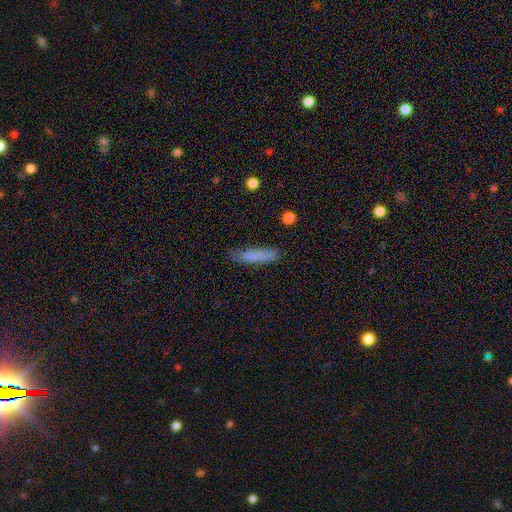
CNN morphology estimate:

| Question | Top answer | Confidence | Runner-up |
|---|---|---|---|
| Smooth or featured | smooth | 81% | featured or disk (12%) |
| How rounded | cigar-shaped | 78% | in between (20%) |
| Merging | none | 75% | minor disturbance (19%) |